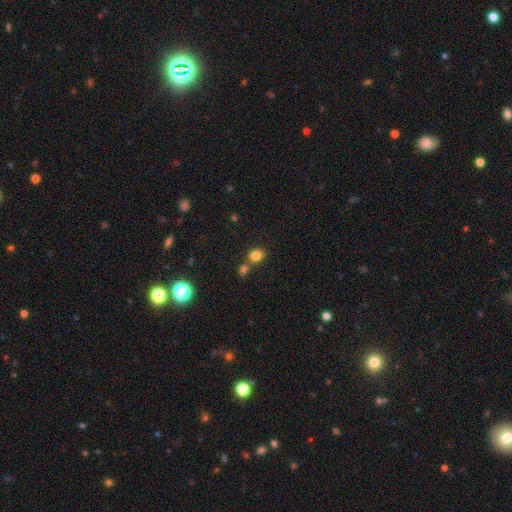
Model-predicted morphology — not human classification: Smooth or featured?
  - smooth: 81% *
  - star or artifact: 13%
  - featured or disk: 6%
How rounded?
  - in between: 52% *
  - round: 47%
  - cigar-shaped: 1%
Merging?
  - none: 60% *
  - merger: 27%
  - minor disturbance: 10%
  - major disturbance: 3%